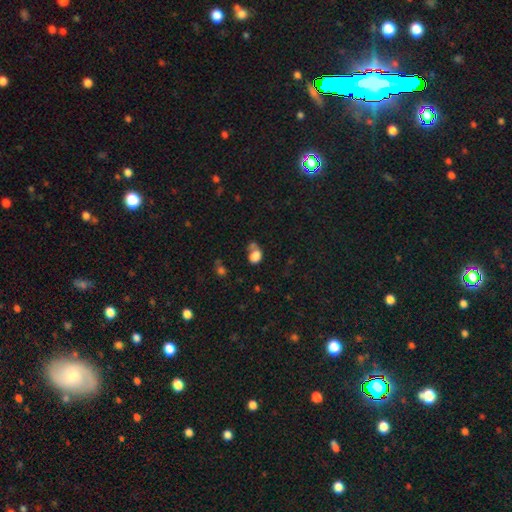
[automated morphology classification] This is clearly a smooth galaxy (81%). How rounded: possibly in between (55%). Merging: marginally none (40%).